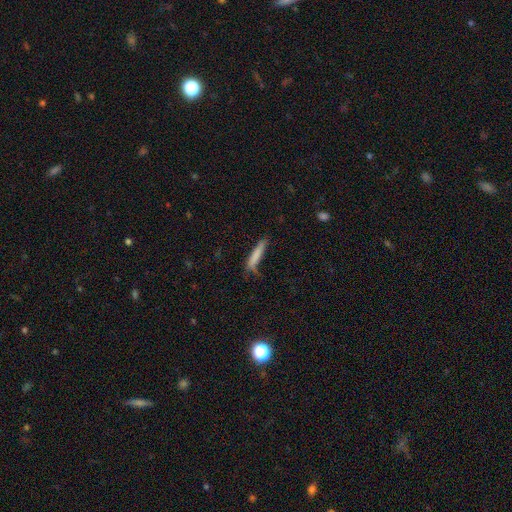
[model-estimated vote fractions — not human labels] Morphology: type=smooth (76%); roundness=cigar-shaped (89%); merging=none (57%).